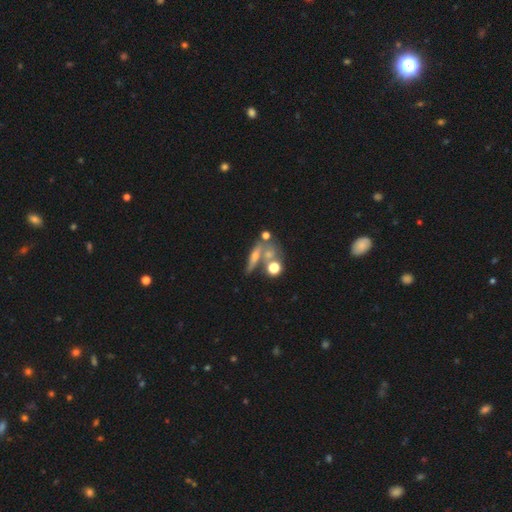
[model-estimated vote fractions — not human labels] The model was most divided on "smooth or featured": smooth: 44%, featured or disk: 41%, star or artifact: 15%. Remaining: merging — none (38%).